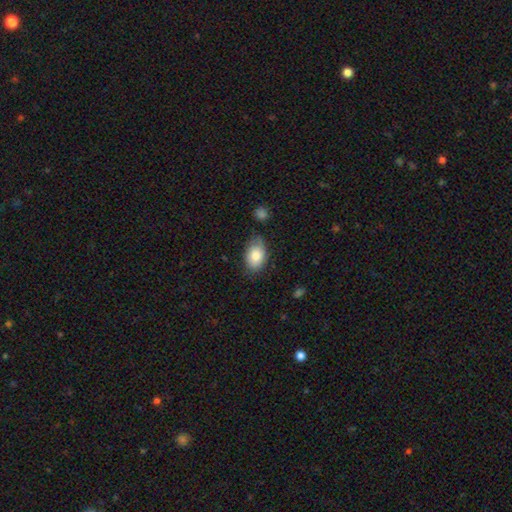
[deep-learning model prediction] smooth_or_featured: smooth (p=0.82) [alt: featured or disk p=0.11]
how_rounded: in between (p=0.88) [alt: round p=0.10]
merging: none (p=0.70) [alt: minor disturbance p=0.23]